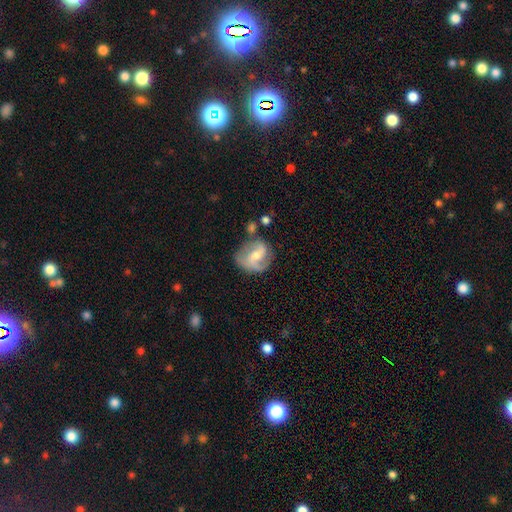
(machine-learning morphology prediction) This is likely a featured or disk galaxy (65%). It is clearly not viewed edge-on (97%). Bar: marginally weak (44%). Spiral arm pattern: clearly yes (84%). Spiral arm count: likely 2 (73%). Spiral winding: marginally medium (43%). Central bulge: possibly moderate (52%). Merging: possibly none (56%).